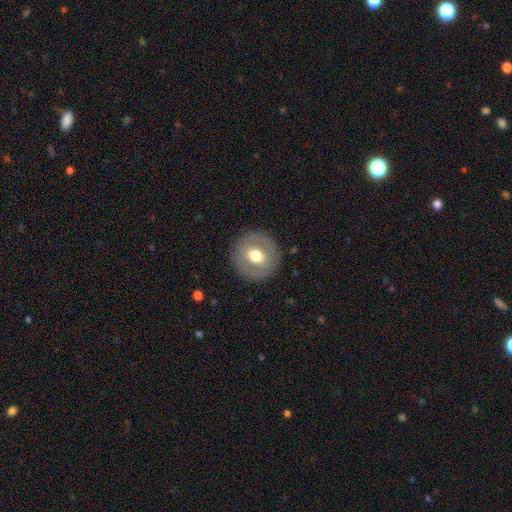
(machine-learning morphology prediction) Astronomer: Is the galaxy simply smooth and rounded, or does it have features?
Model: smooth — 51% (runner-up: featured or disk, 42%).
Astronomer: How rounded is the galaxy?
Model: round — 91%.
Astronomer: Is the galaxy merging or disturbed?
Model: none — 88%.